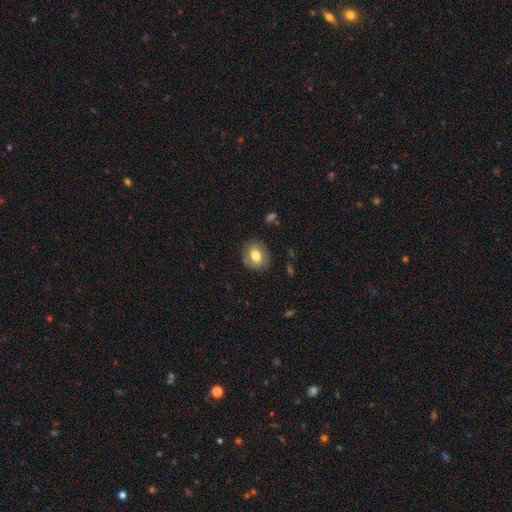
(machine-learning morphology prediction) This is likely a smooth galaxy (74%). How rounded: possibly round (59%). Merging: clearly none (82%).